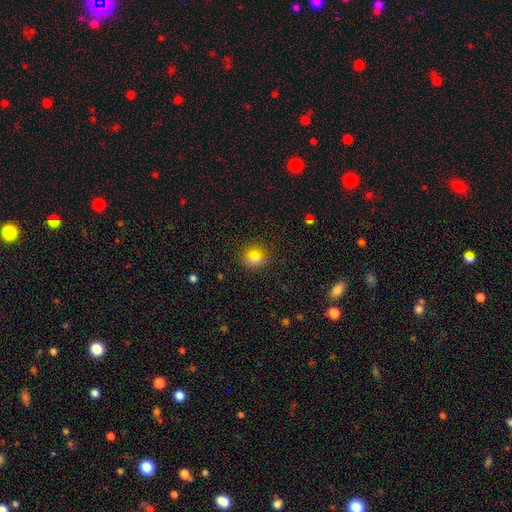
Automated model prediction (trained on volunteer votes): Smooth or featured? smooth (67%)
How rounded? round (85%)
Merging? none (86%)